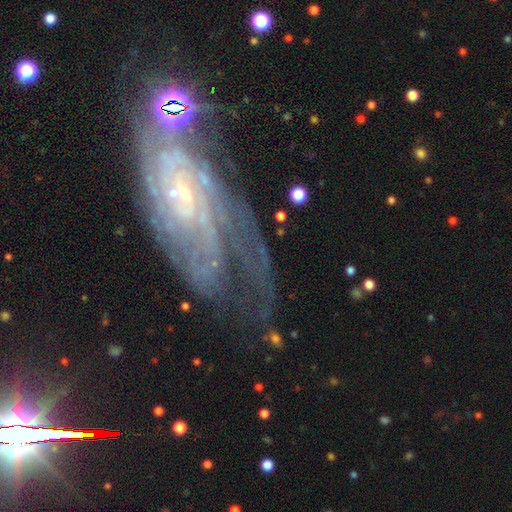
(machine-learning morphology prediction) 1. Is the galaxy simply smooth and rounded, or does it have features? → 84% featured or disk, 9% star or artifact, 7% smooth.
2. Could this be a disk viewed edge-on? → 93% no, 7% yes.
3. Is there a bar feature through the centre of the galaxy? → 56% no, 32% weak, 12% strong.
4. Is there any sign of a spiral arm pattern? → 95% yes, 5% no.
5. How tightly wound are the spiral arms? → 64% tight, 28% medium, 8% loose.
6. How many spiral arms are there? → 38% can't tell, 18% 2, 14% 3, 12% 4, 10% more than 4, 8% 1.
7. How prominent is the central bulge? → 79% small, 11% moderate, 7% none, 2% large, 1% dominant.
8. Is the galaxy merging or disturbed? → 61% none, 19% minor disturbance, 14% major disturbance, 5% merger.